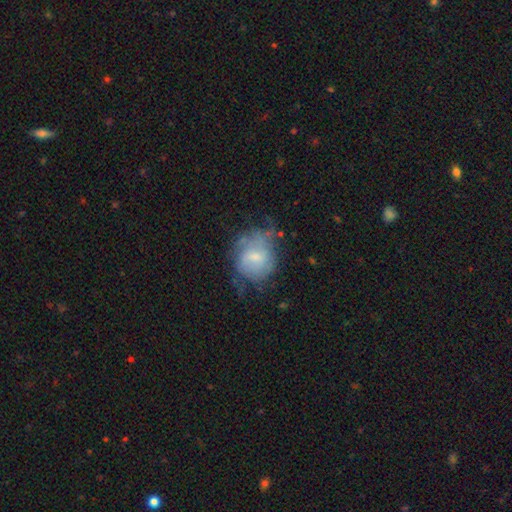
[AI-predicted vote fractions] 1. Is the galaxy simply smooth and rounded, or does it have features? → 47% smooth, 44% featured or disk, 10% star or artifact.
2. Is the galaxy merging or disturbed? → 47% none, 31% minor disturbance, 20% major disturbance, 3% merger.